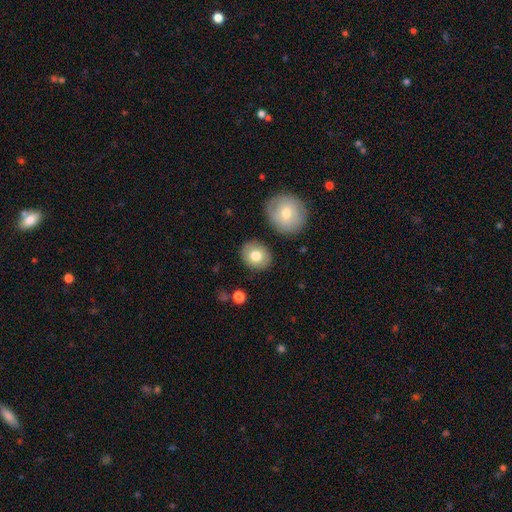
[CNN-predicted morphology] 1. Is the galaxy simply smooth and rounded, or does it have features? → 76% smooth, 16% featured or disk, 8% star or artifact.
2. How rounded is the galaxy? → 64% round, 35% in between, 1% cigar-shaped.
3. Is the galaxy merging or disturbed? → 84% none, 9% minor disturbance, 4% merger, 3% major disturbance.